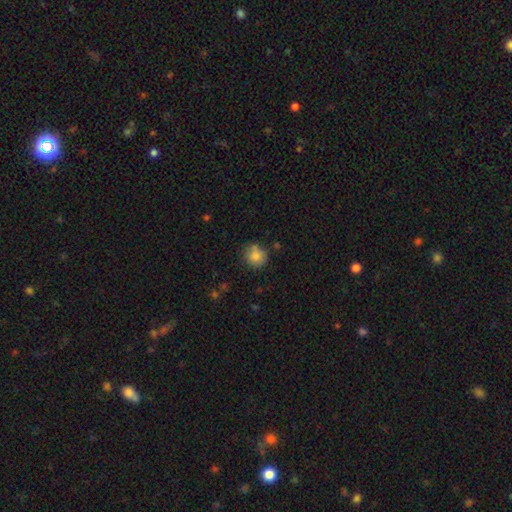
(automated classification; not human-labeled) This appears to be a smooth galaxy with no disk features (84%) that is round (88%). Merging: none (73%).